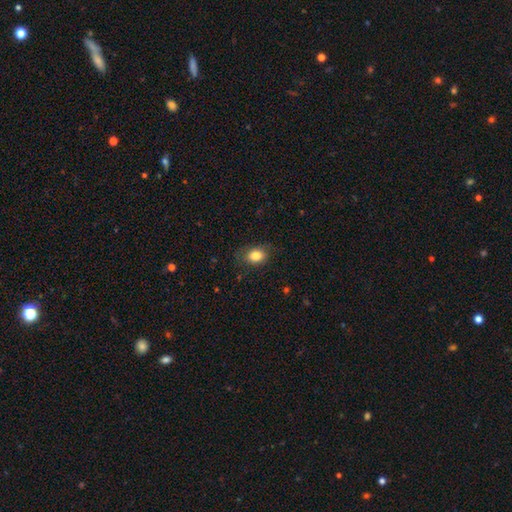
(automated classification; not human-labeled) smooth-or-featured: smooth: 84% | star or artifact: 9% | featured or disk: 7%
  how-rounded: in between: 70% | round: 28% | cigar-shaped: 1%
  merging: none: 79% | minor disturbance: 16% | major disturbance: 4% | merger: 1%